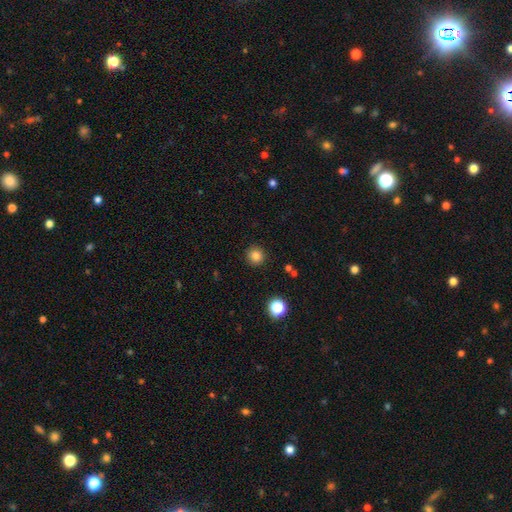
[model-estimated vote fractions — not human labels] Smooth or featured?
  - smooth: 83% *
  - star or artifact: 12%
  - featured or disk: 5%
How rounded?
  - round: 94% *
  - in between: 5%
  - cigar-shaped: 1%
Merging?
  - none: 91% *
  - minor disturbance: 6%
  - major disturbance: 2%
  - merger: 1%